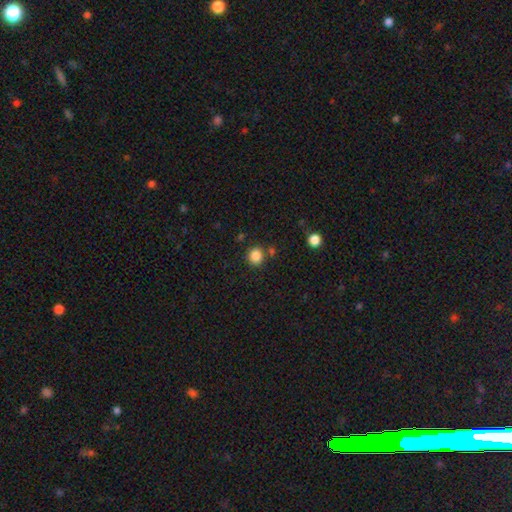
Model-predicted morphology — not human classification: A smooth galaxy with no disk features (85%) that is round (89%). Merging: none (82%).